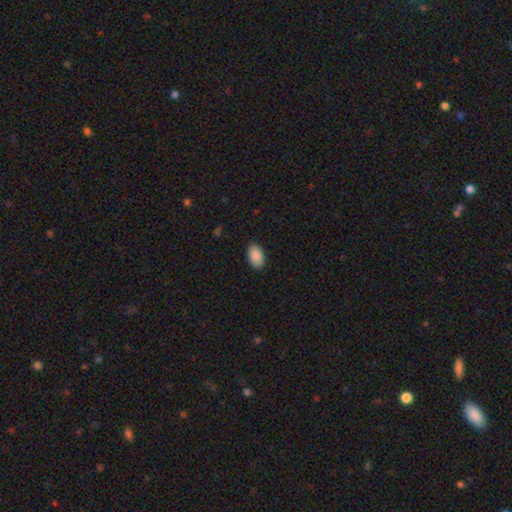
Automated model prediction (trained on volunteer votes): Smooth or featured: smooth — 91% (star or artifact — 7%)
How rounded: in between — 95% (round — 4%)
Merging: none — 89% (minor disturbance — 8%)